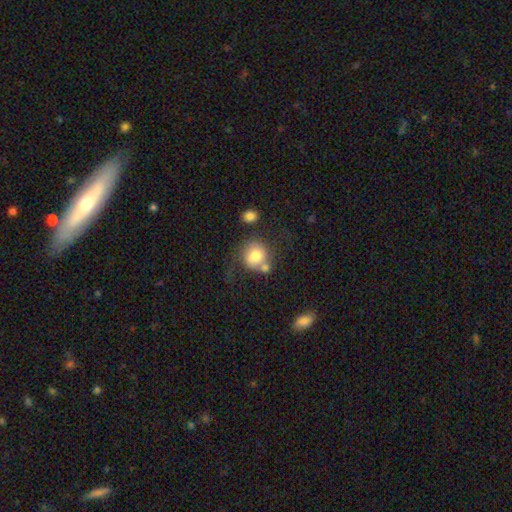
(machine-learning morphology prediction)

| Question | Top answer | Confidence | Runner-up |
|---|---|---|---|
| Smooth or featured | smooth | 74% | featured or disk (17%) |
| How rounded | round | 82% | in between (17%) |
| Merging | none | 47% | merger (25%) |